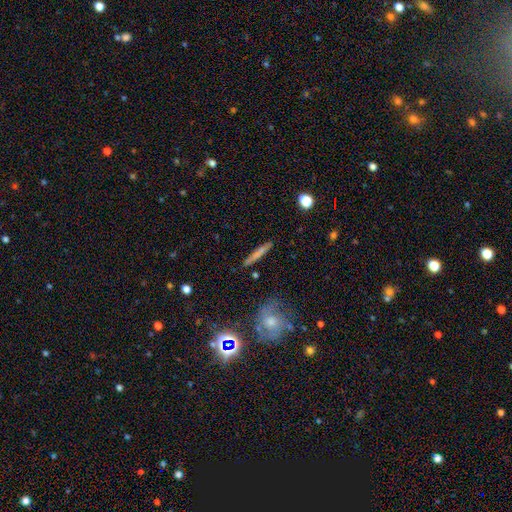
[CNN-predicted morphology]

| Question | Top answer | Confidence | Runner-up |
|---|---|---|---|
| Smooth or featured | smooth | 57% | featured or disk (33%) |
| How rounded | cigar-shaped | 92% | in between (5%) |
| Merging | none | 88% | minor disturbance (8%) |